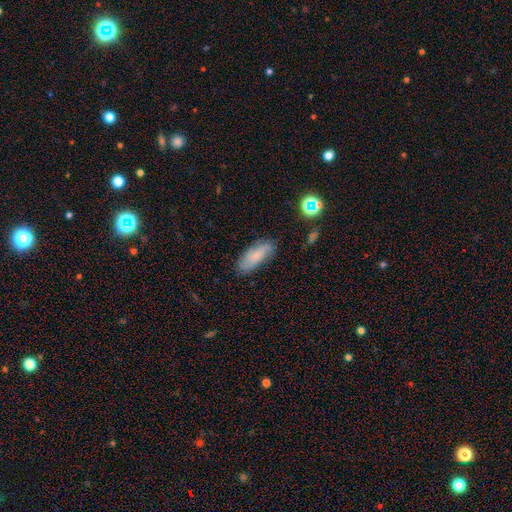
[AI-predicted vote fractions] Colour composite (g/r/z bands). It shows a smooth galaxy with no disk features (70%) that is in between round and cigar-shaped (73%). Merging: none (76%).